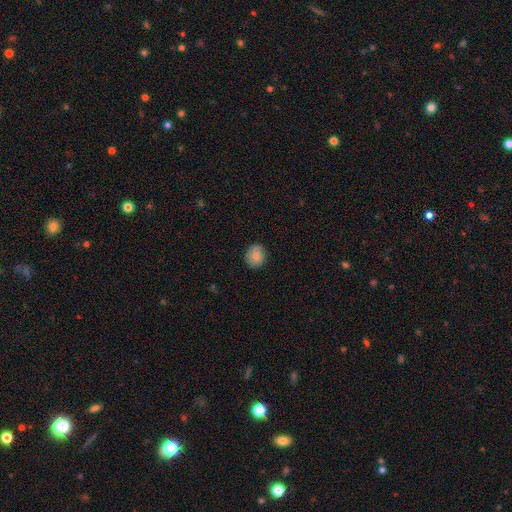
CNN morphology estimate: Q: Smooth or featured?
A: smooth (82%); runner-up: featured or disk (10%)
Q: How rounded?
A: round (80%); runner-up: in between (19%)
Q: Merging?
A: none (84%); runner-up: minor disturbance (13%)